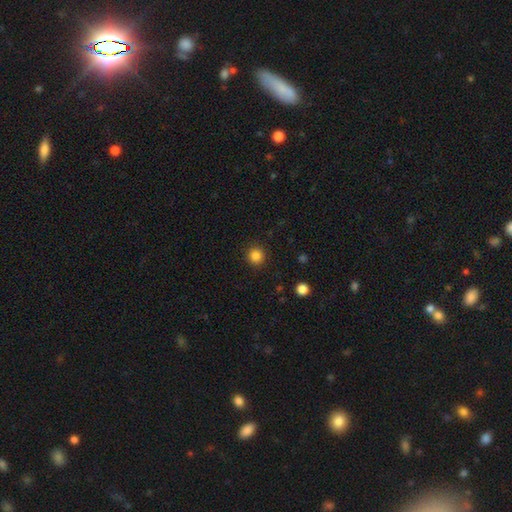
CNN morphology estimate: A smooth galaxy with no disk features (84%) that is round (94%). Merging: none (92%).